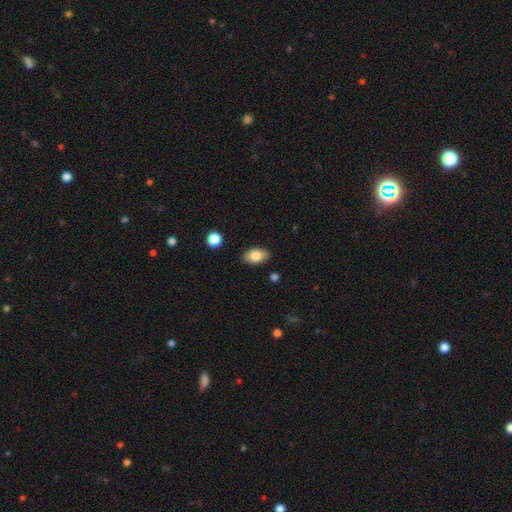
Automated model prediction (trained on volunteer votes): smooth 81%, featured or disk 12%, star or artifact 7%. Down the decision tree: how rounded — in between (89%); merging — none (86%).